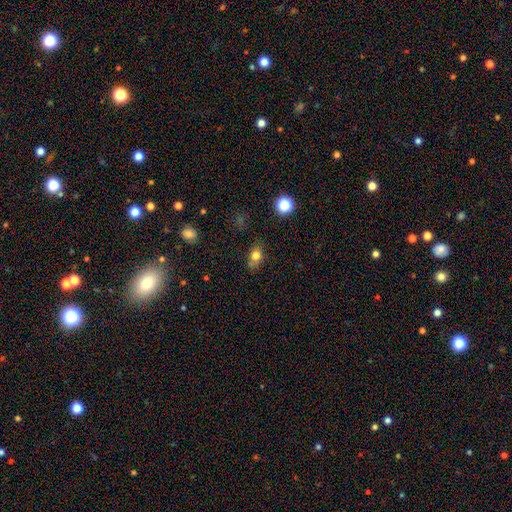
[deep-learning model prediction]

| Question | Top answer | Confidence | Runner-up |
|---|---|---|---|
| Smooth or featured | smooth | 78% | star or artifact (12%) |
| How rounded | in between | 64% | round (33%) |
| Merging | none | 70% | minor disturbance (20%) |